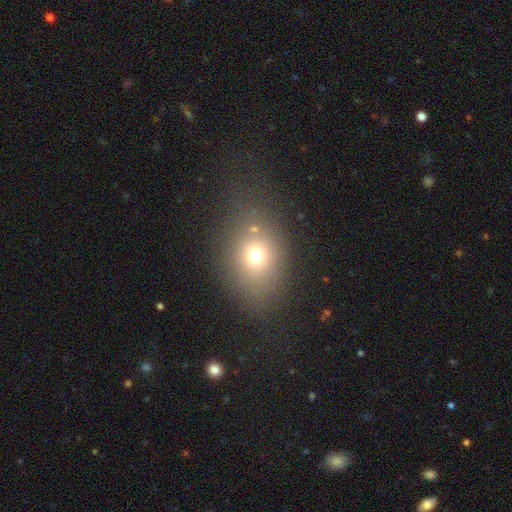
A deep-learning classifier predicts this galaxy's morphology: Smooth or featured? Predicted: smooth (p=0.69). How rounded? Predicted: in between (p=0.53). Merging? Predicted: none (p=0.74).